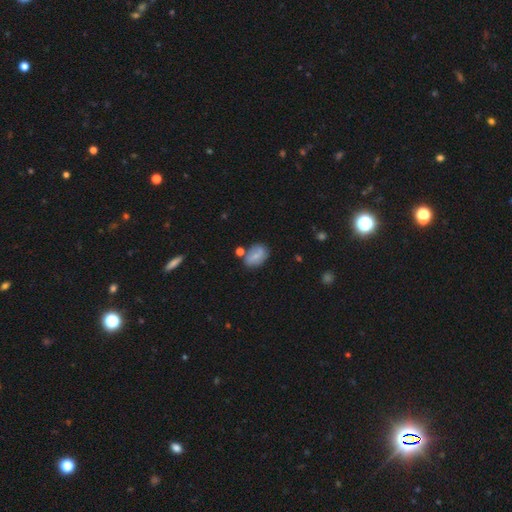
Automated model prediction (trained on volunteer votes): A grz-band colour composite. It shows a smooth galaxy with no disk features (64%) that is in between round and cigar-shaped (81%). Merging: none (62%).